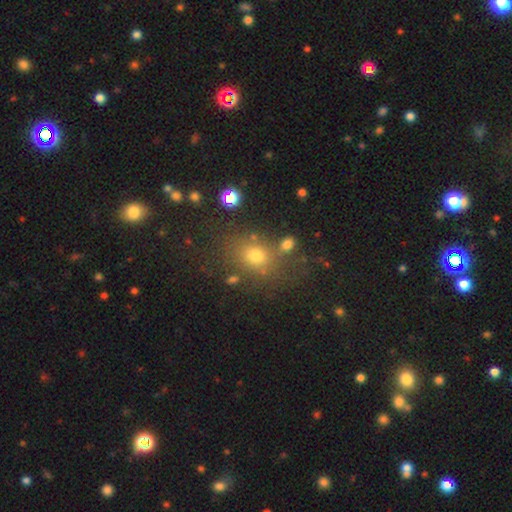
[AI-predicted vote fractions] Q: Smooth or featured?
A: smooth (70%); runner-up: star or artifact (19%)
Q: How rounded?
A: round (54%); runner-up: in between (45%)
Q: Merging?
A: none (71%); runner-up: minor disturbance (13%)